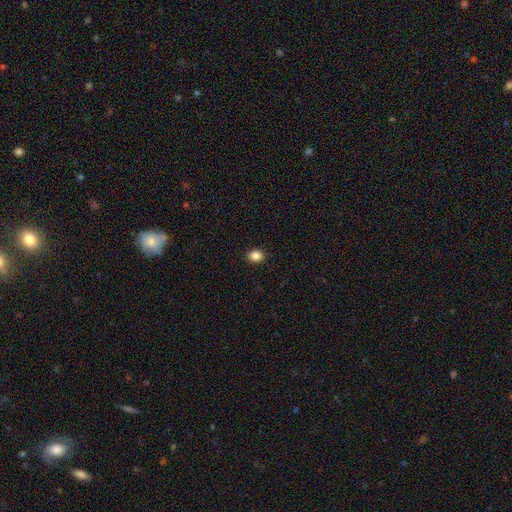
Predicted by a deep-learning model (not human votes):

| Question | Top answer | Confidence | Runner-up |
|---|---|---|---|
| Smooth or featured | smooth | 86% | star or artifact (11%) |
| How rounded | round | 61% | in between (39%) |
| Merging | none | 91% | minor disturbance (6%) |